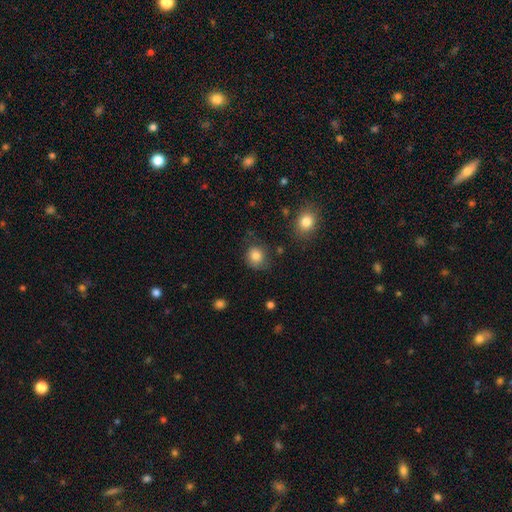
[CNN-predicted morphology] smooth 83%, star or artifact 10%, featured or disk 7%. Down the decision tree: how rounded — round (81%); merging — none (70%).